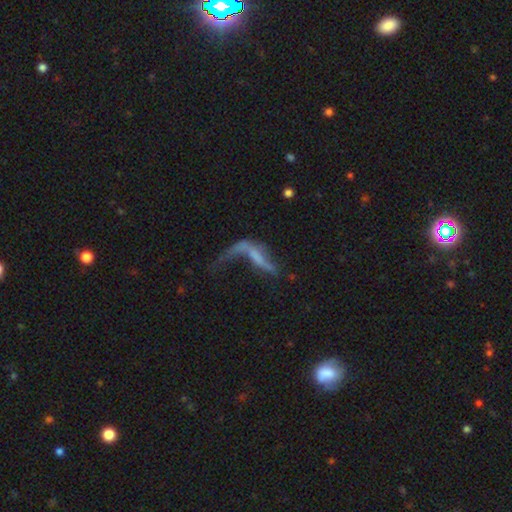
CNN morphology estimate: A featured or disk galaxy (56%).

Vote fractions:
- Smooth or featured? featured or disk: 56% / smooth: 30% / star or artifact: 13%
- Edge-on disk? no: 76% / yes: 24%
- Merging? major disturbance: 50% / none: 22% / merger: 14% / minor disturbance: 14%